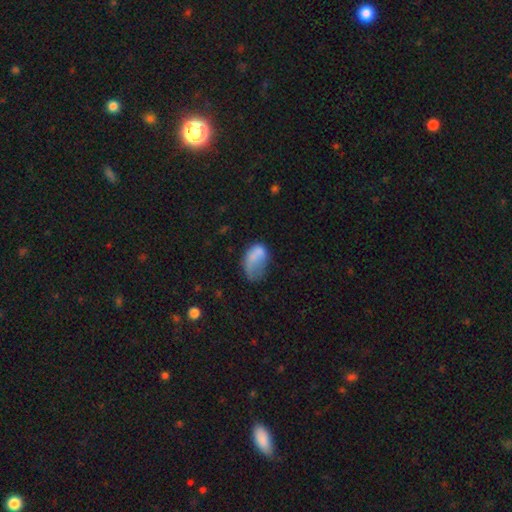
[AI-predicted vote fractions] Overall: smooth (69%). How rounded: in between (88%). Merging: major disturbance (41%; minor disturbance 30%).